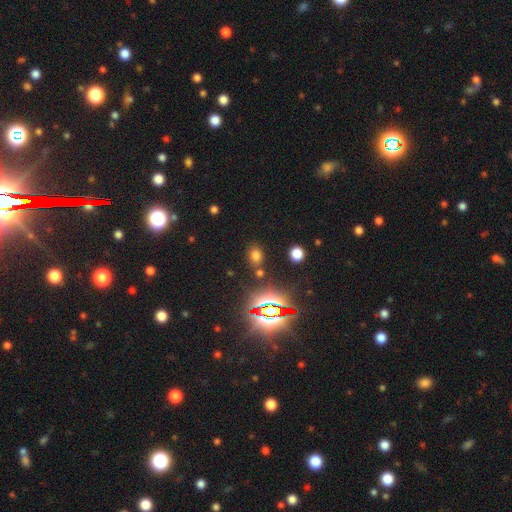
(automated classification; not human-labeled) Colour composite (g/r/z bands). It shows a smooth galaxy with no disk features (60%) that is in between round and cigar-shaped (63%). Merging: none (80%).